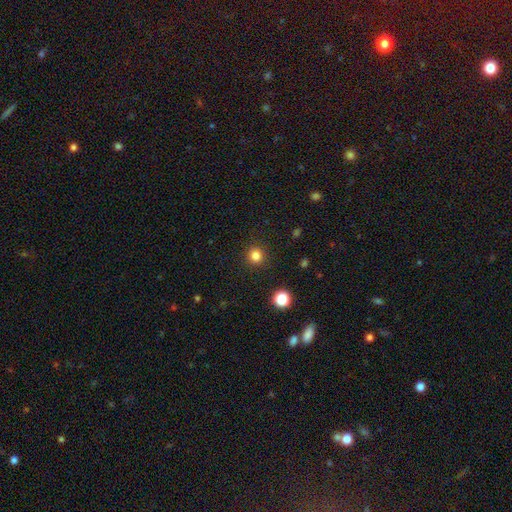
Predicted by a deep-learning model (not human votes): A smooth galaxy with no disk features (82%) that is round (94%). Merging: none (92%).